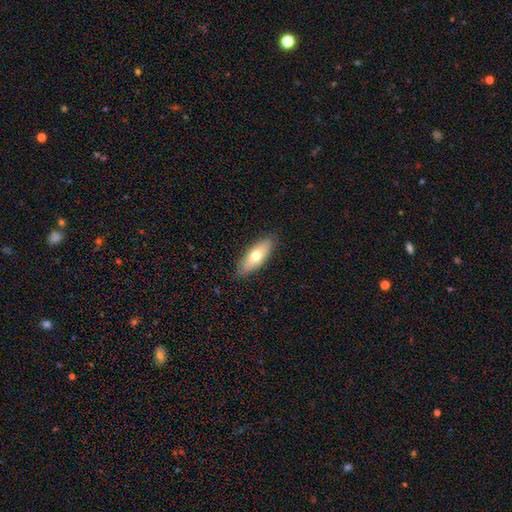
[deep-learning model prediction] Morphology: type=smooth (66%); roundness=in between (69%); merging=none (86%).